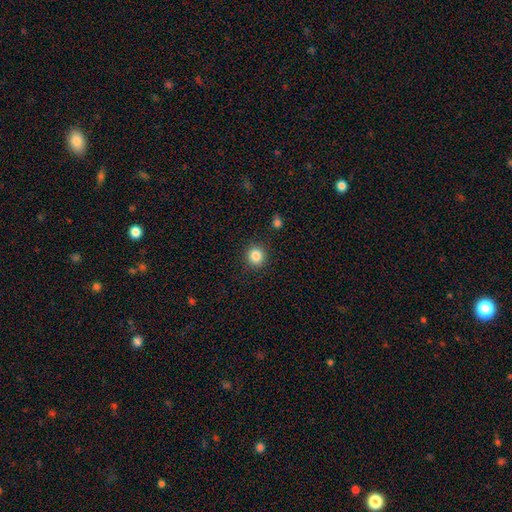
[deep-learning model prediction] This appears to be a smooth galaxy with no disk features (85%) that is round (92%). Merging: none (90%).